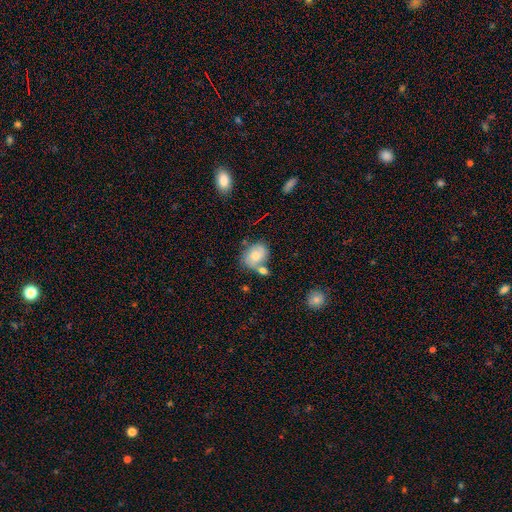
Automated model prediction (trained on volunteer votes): This appears to be a smooth galaxy with no disk features (59%) that is in between round and cigar-shaped (60%). Merging: none (44%).